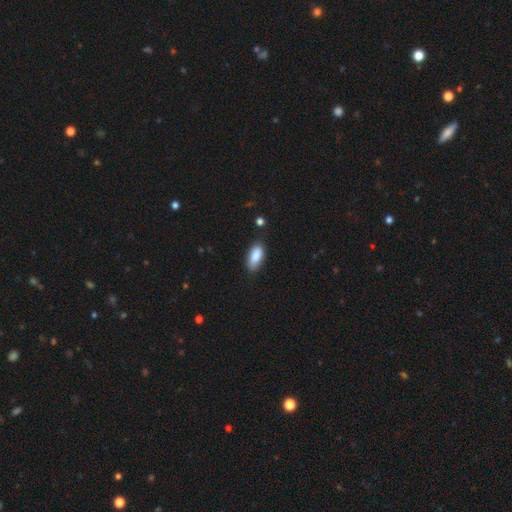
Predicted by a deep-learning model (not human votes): This appears to be a smooth galaxy with no disk features (87%) that is in between round and cigar-shaped (88%). Merging: none (79%).